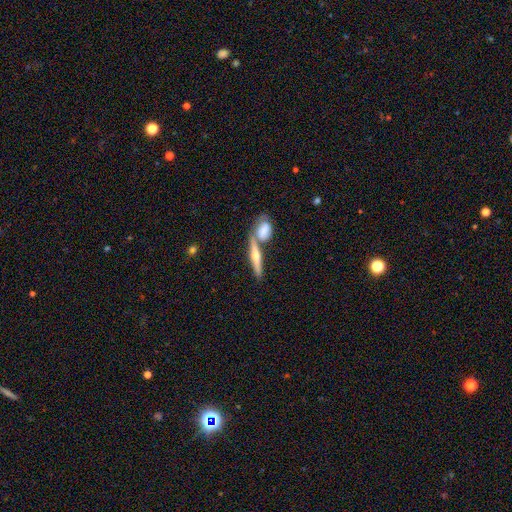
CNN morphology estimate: This is likely a featured or disk galaxy (65%). It is clearly viewed edge-on (93%). Edge-on bulge: clearly rounded (92%). Merging: likely none (62%).